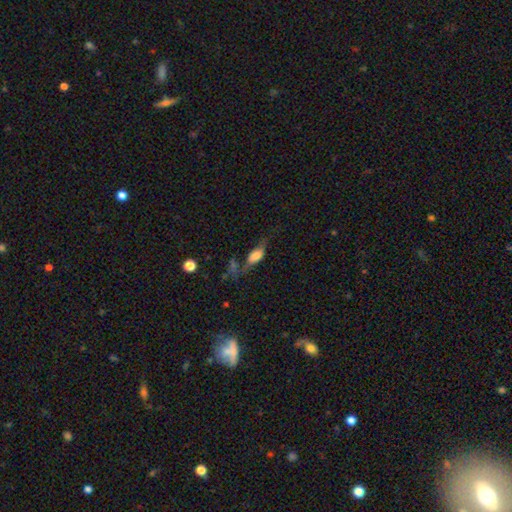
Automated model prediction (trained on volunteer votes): A smooth galaxy with no disk features (59%) that is in between round and cigar-shaped (75%). Merging: none (38%).